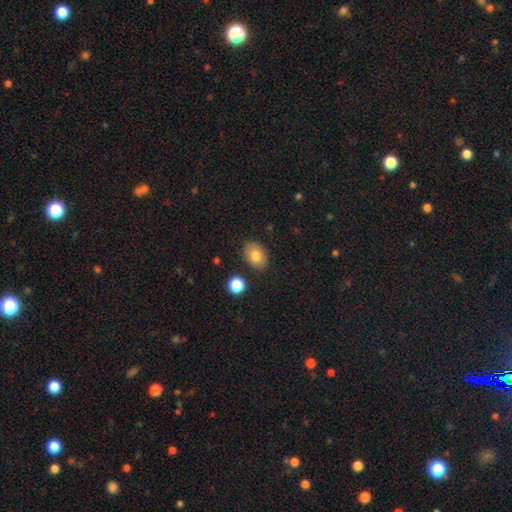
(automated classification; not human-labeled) Smooth or featured? Predicted: smooth (p=0.81). How rounded? Predicted: in between (p=0.74). Merging? Predicted: none (p=0.84).